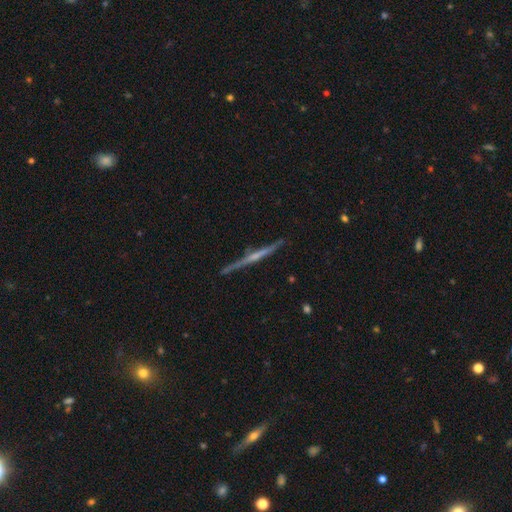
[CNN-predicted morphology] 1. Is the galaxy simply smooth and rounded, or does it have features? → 76% featured or disk, 19% smooth, 6% star or artifact.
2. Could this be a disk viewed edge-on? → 98% yes, 2% no.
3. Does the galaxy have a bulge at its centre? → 46% none, 41% rounded, 13% boxy.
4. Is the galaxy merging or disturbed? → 88% none, 9% minor disturbance, 2% major disturbance, 2% merger.